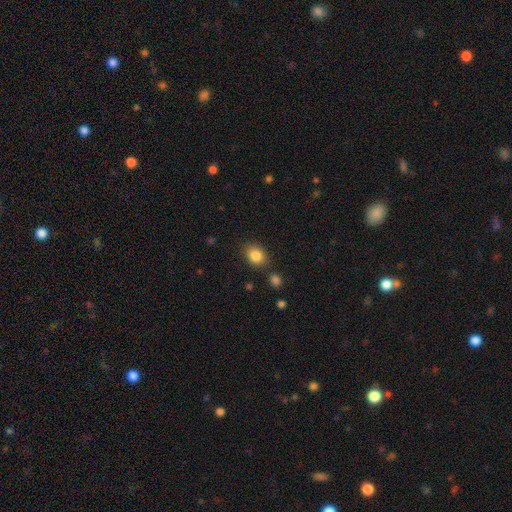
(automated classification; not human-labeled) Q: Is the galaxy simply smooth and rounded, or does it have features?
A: smooth — 85%.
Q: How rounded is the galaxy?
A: in between — 51%.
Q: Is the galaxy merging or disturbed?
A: none — 82%.